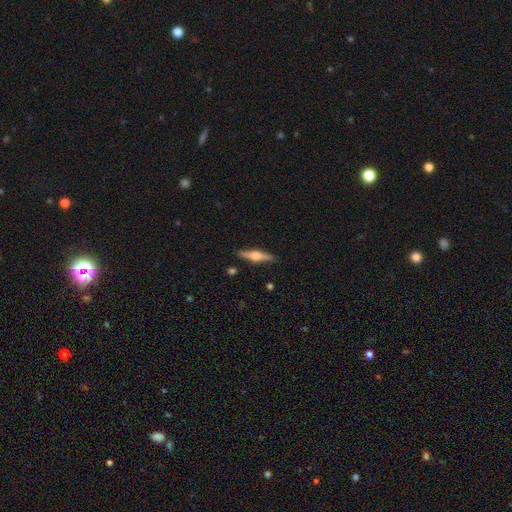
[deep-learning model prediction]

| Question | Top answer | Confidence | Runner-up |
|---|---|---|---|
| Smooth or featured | featured or disk | 68% | smooth (27%) |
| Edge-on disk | yes | 97% | no (3%) |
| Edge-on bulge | rounded | 94% | boxy (4%) |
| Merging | none | 88% | minor disturbance (8%) |